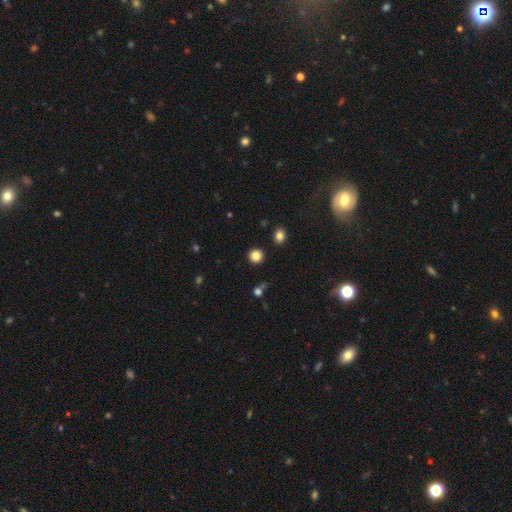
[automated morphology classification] The model was most divided on "smooth or featured": smooth: 84%, star or artifact: 12%, featured or disk: 4%. More confident: how rounded — round (91%); merging — none (90%).